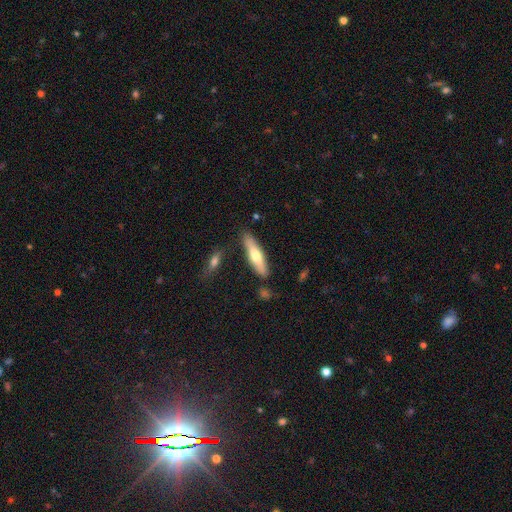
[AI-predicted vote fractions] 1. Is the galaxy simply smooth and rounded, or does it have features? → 59% smooth, 36% featured or disk, 6% star or artifact.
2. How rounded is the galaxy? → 73% cigar-shaped, 25% in between, 2% round.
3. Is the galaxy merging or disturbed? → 81% none, 12% minor disturbance, 4% merger, 3% major disturbance.